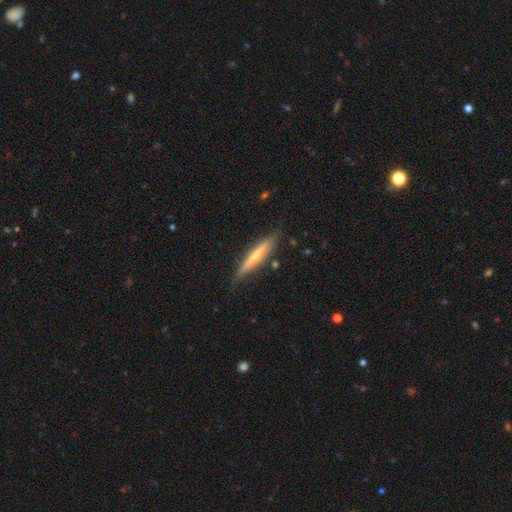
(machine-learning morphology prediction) This appears to be a featured or disk galaxy (54%) viewed edge-on (94%) with no central bulge (47%). Merging: none (80%).